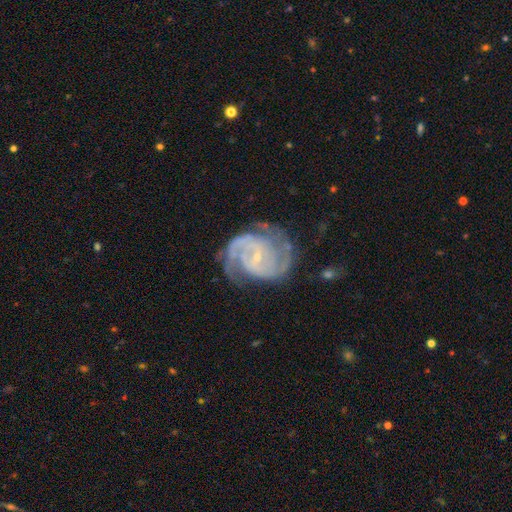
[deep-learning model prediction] Smooth or featured? featured or disk (90%)
Edge-on disk? no (98%)
Bar? no (46%)
Spiral arms? yes (97%)
Spiral winding? tight (48%)
Spiral arm count? 2 (55%)
Bulge size? small (82%)
Merging? none (68%)